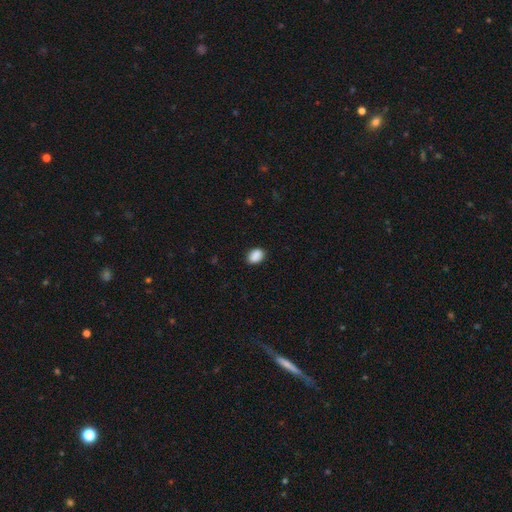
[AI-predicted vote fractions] This appears to be a smooth galaxy with no disk features (89%) that is in between round and cigar-shaped (77%). Merging: none (87%).